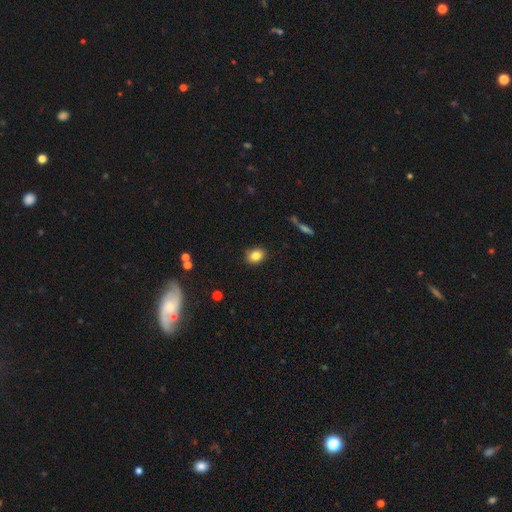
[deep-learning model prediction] A smooth galaxy with no disk features (84%) that is in between round and cigar-shaped (65%). Merging: none (86%).